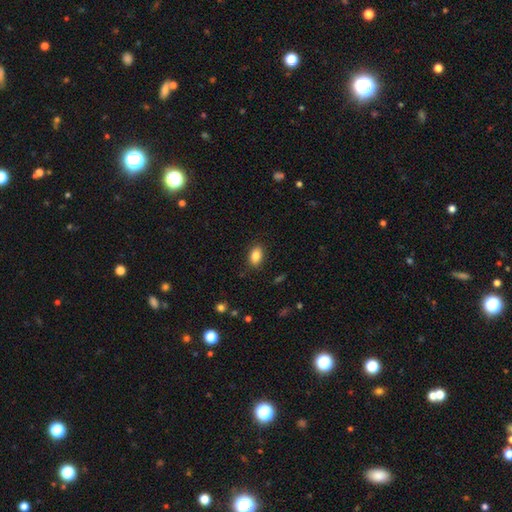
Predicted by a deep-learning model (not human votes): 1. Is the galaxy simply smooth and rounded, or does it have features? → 85% smooth, 9% star or artifact, 6% featured or disk.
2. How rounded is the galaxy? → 87% in between, 11% round, 2% cigar-shaped.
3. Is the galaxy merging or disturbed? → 87% none, 9% minor disturbance, 3% major disturbance, 1% merger.